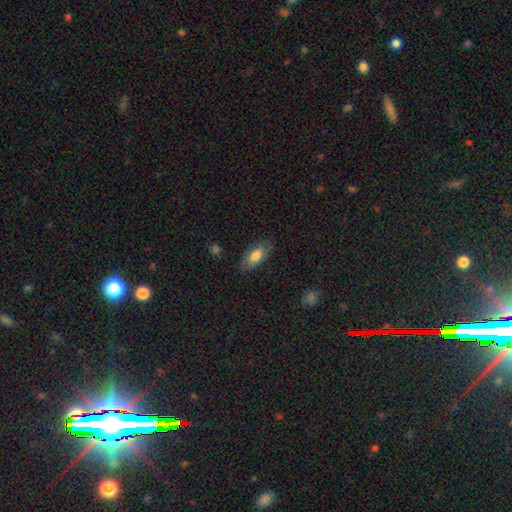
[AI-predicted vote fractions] Smooth or featured: smooth — 78% (featured or disk — 16%)
How rounded: in between — 86% (cigar-shaped — 12%)
Merging: none — 84% (minor disturbance — 12%)